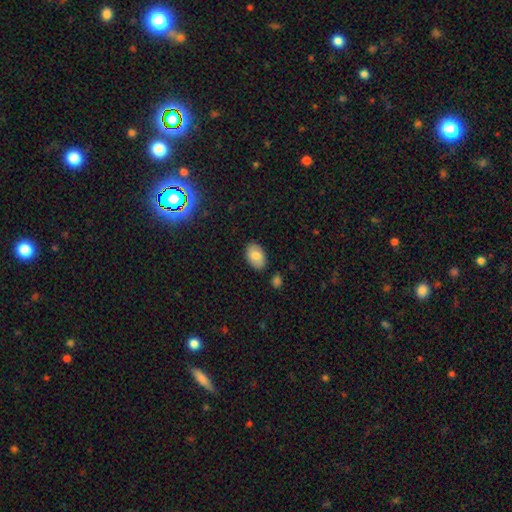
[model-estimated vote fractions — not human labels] This is likely a smooth galaxy (78%). How rounded: clearly in between (90%). Merging: clearly none (85%).